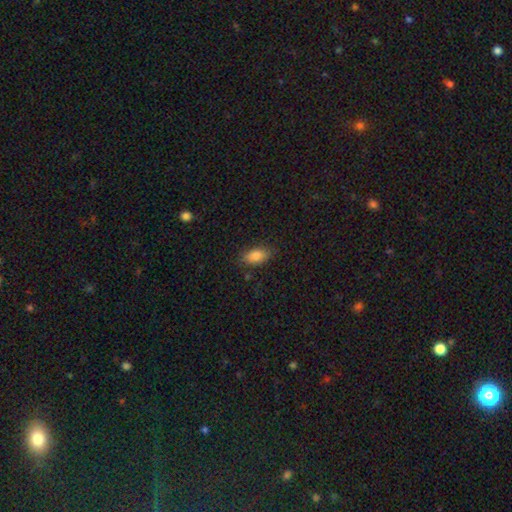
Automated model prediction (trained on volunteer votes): The model was most divided on "merging": none: 82%, minor disturbance: 14%, major disturbance: 3%, merger: 1%. More confident: how rounded — in between (90%); smooth or featured — smooth (85%).